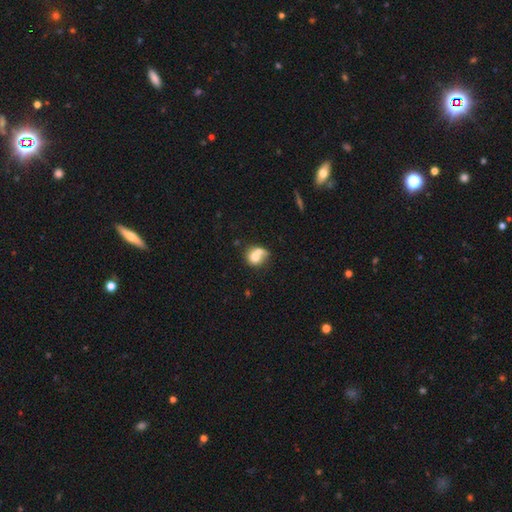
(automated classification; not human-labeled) A smooth galaxy with no disk features (67%) that is round (69%). Merging: merger (56%).